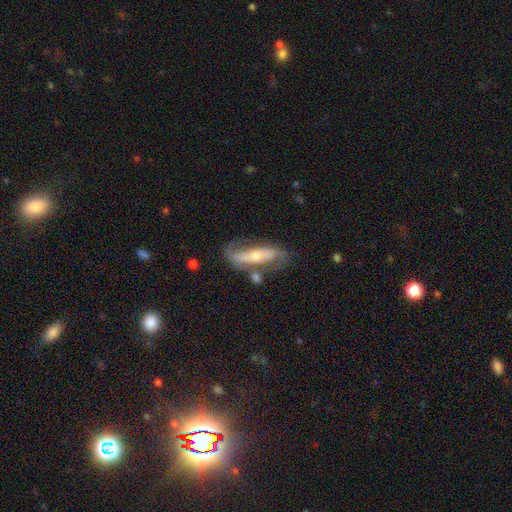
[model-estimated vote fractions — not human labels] Overall: featured or disk (71%). Edge-on disk: no (76%). Bar: strong (42%; no 35%). Spiral arms: yes (82%). Bulge size: moderate (48%; small 44%). Merging: none (59%; minor disturbance 20%).